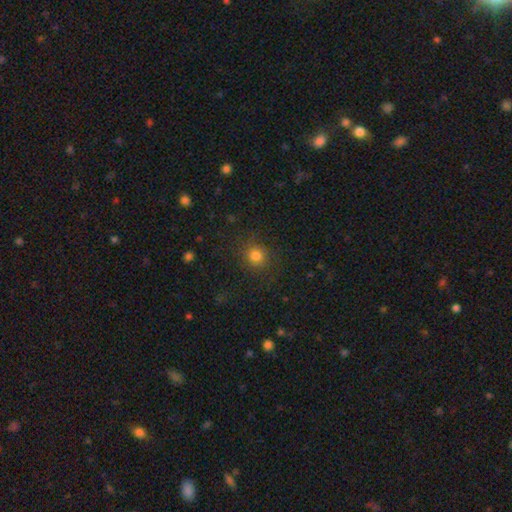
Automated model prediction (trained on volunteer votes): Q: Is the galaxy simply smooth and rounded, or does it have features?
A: smooth — 81%.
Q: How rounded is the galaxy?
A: round — 89%.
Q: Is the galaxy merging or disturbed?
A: none — 85%.